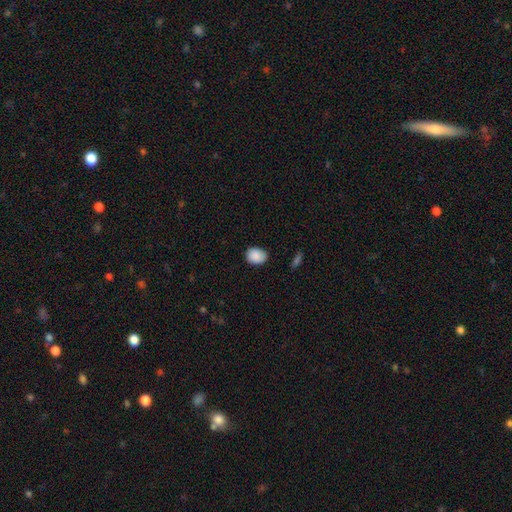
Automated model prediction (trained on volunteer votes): Smooth or featured?
  - smooth: 88% *
  - star or artifact: 7%
  - featured or disk: 4%
How rounded?
  - in between: 54% *
  - round: 45%
  - cigar-shaped: 1%
Merging?
  - none: 83% *
  - minor disturbance: 14%
  - major disturbance: 2%
  - merger: 1%